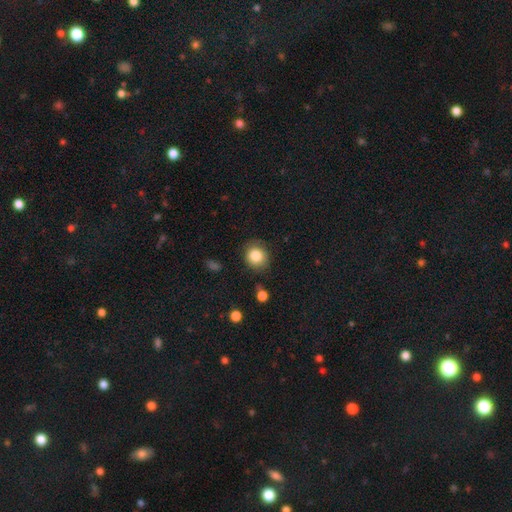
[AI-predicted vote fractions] Morphology: type=smooth (83%); roundness=round (81%); merging=none (76%).